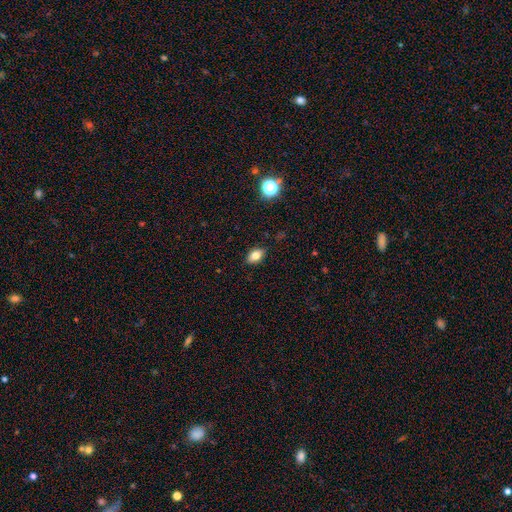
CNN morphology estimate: This appears to be a smooth galaxy with no disk features (77%) that is in between round and cigar-shaped (83%). Merging: none (86%).